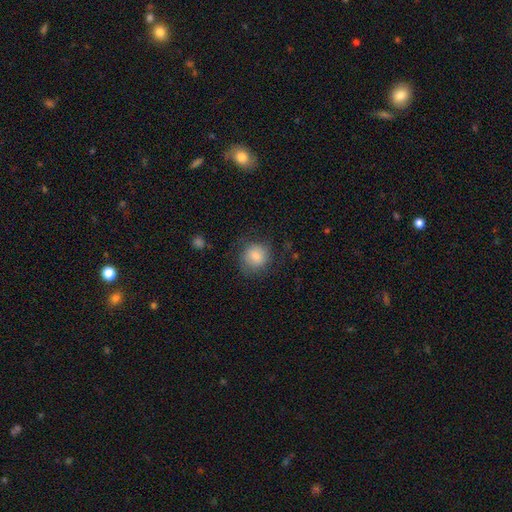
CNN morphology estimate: This is likely a smooth galaxy (74%). How rounded: clearly round (85%). Merging: likely none (75%).